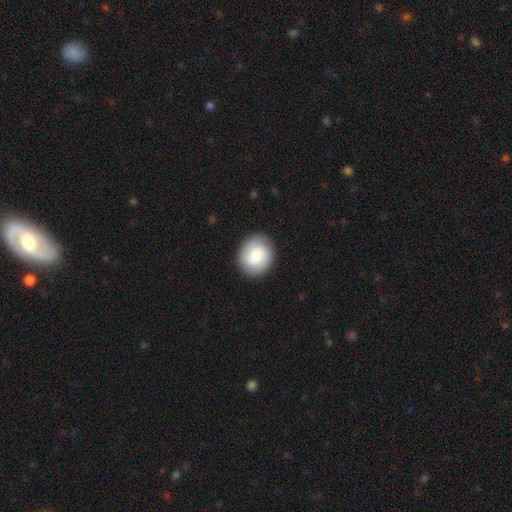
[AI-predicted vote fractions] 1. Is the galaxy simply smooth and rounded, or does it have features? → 74% smooth, 19% featured or disk, 6% star or artifact.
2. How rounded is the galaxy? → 74% round, 25% in between, 1% cigar-shaped.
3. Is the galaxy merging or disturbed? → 87% none, 9% minor disturbance, 3% major disturbance, 1% merger.